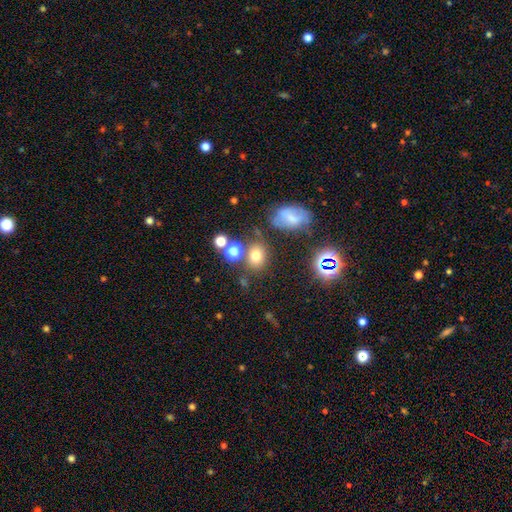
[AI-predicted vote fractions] This is likely a smooth galaxy (71%). How rounded: possibly round (50%). Merging: likely none (66%).